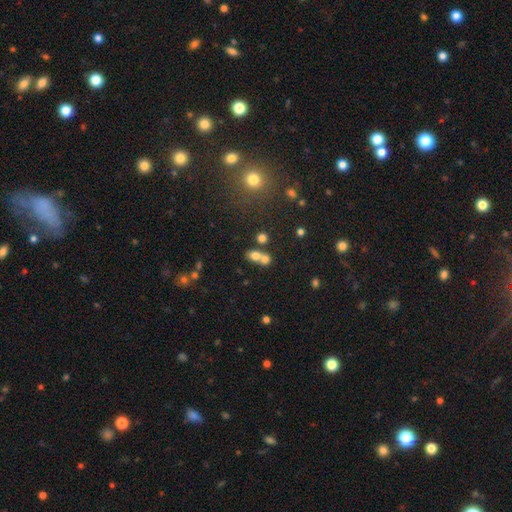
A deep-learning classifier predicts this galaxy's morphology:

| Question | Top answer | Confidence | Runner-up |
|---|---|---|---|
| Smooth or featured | smooth | 72% | star or artifact (14%) |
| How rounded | in between | 54% | round (43%) |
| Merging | merger | 59% | none (30%) |